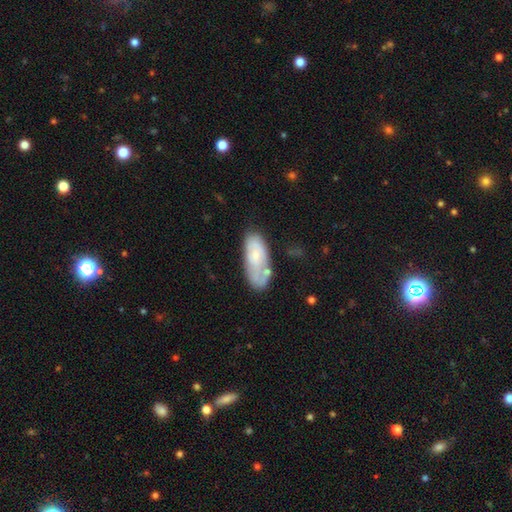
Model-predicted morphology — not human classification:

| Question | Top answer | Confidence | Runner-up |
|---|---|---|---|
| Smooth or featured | smooth | 55% | featured or disk (38%) |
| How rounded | in between | 84% | cigar-shaped (13%) |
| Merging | none | 49% | minor disturbance (27%) |